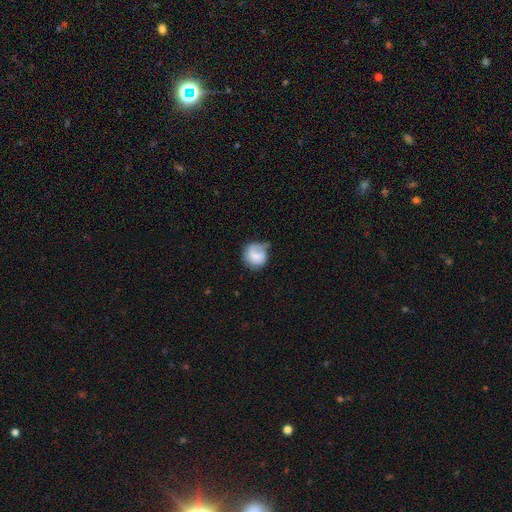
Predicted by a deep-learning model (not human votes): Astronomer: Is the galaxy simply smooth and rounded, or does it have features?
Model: smooth — 61%.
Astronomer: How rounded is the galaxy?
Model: round — 80%.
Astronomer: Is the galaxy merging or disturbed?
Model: none — 42% (runner-up: minor disturbance, 33%).